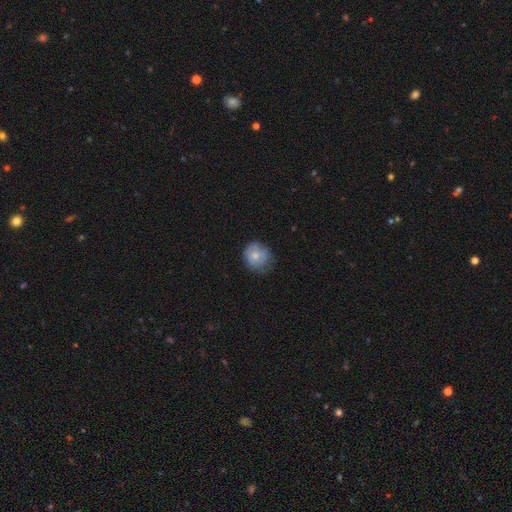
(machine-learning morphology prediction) Q: Smooth or featured?
A: smooth (73%); runner-up: featured or disk (19%)
Q: How rounded?
A: round (81%); runner-up: in between (18%)
Q: Merging?
A: none (62%); runner-up: minor disturbance (28%)